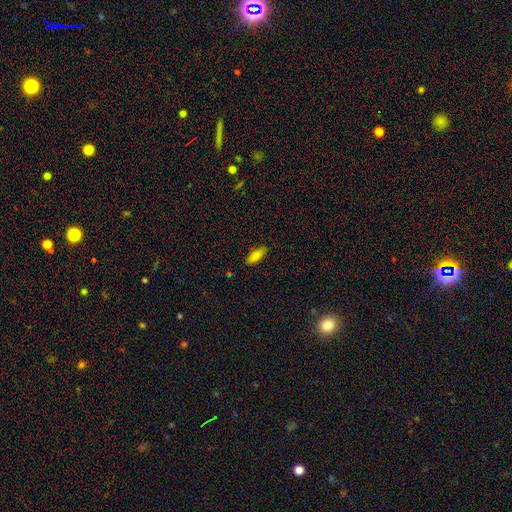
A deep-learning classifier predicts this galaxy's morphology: Smooth or featured? Predicted: smooth (p=0.74). How rounded? Predicted: in between (p=0.72). Merging? Predicted: none (p=0.85).